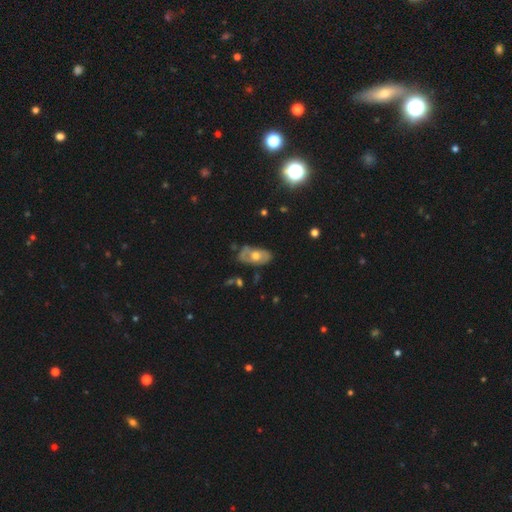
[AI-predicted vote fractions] The model was most divided on "smooth or featured": featured or disk: 52%, smooth: 40%, star or artifact: 7%. More confident: edge-on disk — no (89%); merging — none (60%).